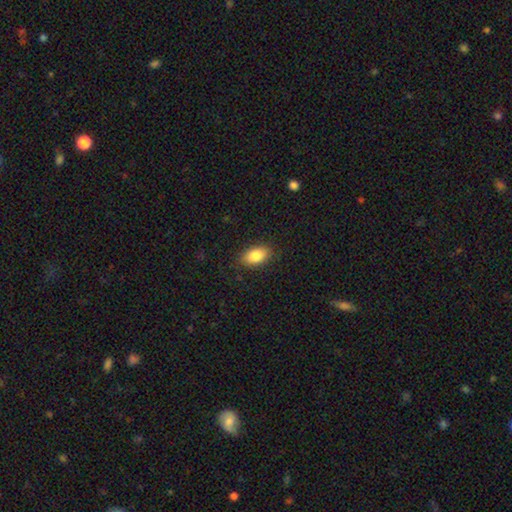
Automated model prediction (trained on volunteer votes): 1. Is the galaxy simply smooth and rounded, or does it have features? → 86% smooth, 7% star or artifact, 7% featured or disk.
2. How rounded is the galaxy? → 91% in between, 6% round, 3% cigar-shaped.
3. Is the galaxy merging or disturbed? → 86% none, 10% minor disturbance, 3% major disturbance, 1% merger.